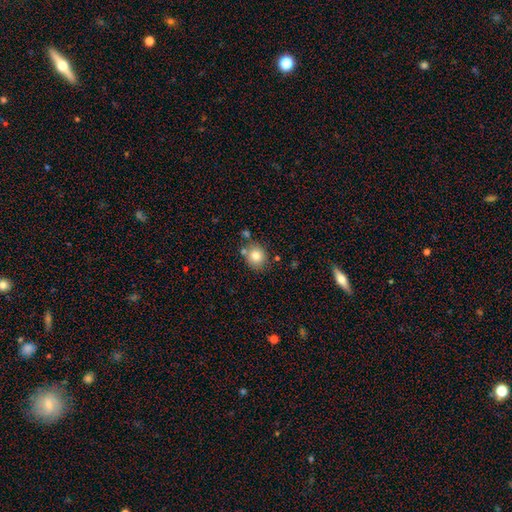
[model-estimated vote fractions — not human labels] This is likely a smooth galaxy (80%). How rounded: clearly round (82%). Merging: likely none (74%).